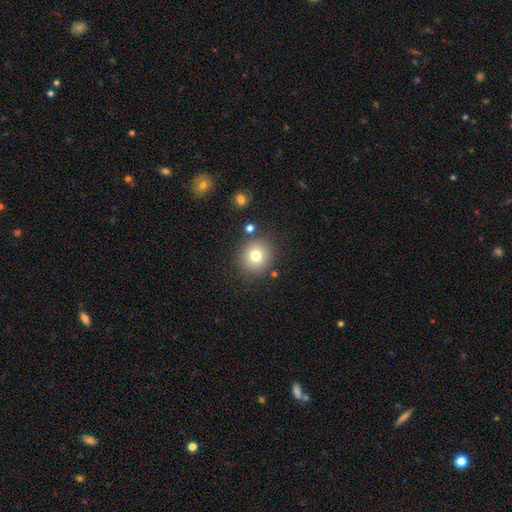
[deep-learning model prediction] smooth-or-featured: smooth: 77% | star or artifact: 12% | featured or disk: 11%
  how-rounded: round: 89% | in between: 10% | cigar-shaped: 1%
  merging: none: 84% | minor disturbance: 8% | merger: 5% | major disturbance: 3%